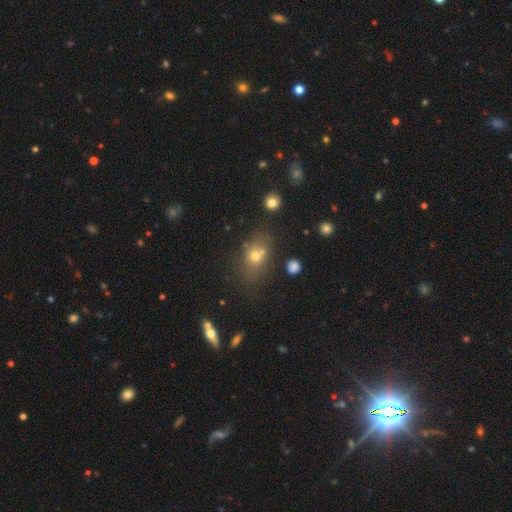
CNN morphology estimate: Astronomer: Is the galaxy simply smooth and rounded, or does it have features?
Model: smooth — 67%.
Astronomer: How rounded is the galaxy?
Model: in between — 59% (runner-up: round, 38%).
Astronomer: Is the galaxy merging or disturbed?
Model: none — 61%.